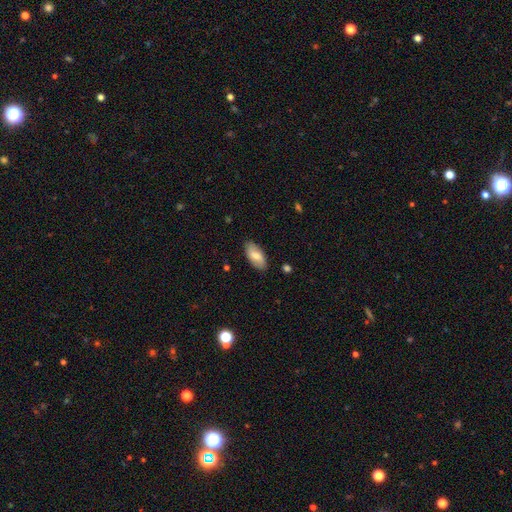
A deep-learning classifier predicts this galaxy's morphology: The model was most divided on "smooth or featured": smooth: 68%, featured or disk: 26%, star or artifact: 6%. More confident: how rounded — in between (92%); merging — none (86%).